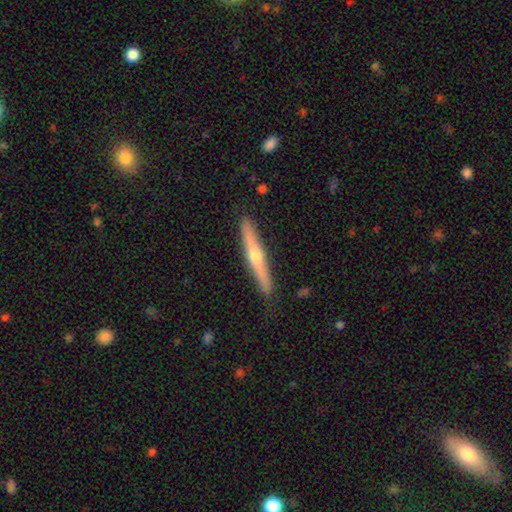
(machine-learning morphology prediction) Smooth or featured: featured or disk — 69% (smooth — 25%)
Edge-on disk: yes — 97% (no — 3%)
Edge-on bulge: rounded — 88% (none — 10%)
Merging: none — 89% (minor disturbance — 9%)